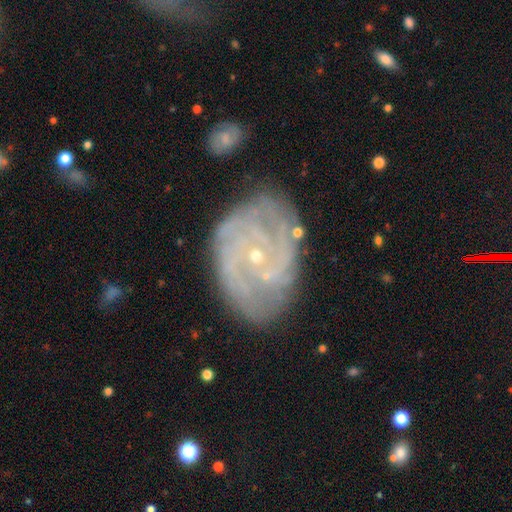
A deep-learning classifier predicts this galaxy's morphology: Q: Smooth or featured?
A: featured or disk (85%); runner-up: smooth (8%)
Q: Edge-on disk?
A: no (97%); runner-up: yes (3%)
Q: Bar?
A: no (71%); runner-up: weak (24%)
Q: Spiral arms?
A: yes (94%); runner-up: no (6%)
Q: Spiral winding?
A: tight (67%); runner-up: medium (26%)
Q: Spiral arm count?
A: can't tell (31%); runner-up: 2 (21%)
Q: Bulge size?
A: small (85%); runner-up: moderate (11%)
Q: Merging?
A: none (72%); runner-up: minor disturbance (18%)